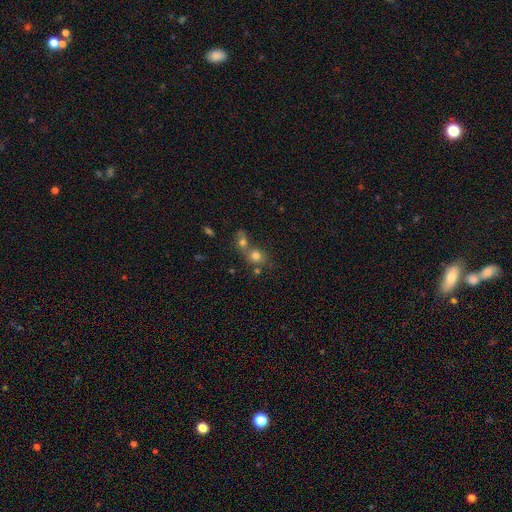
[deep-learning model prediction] This appears to be a smooth galaxy with no disk features (75%) that is round (67%). Merging: merger (56%).